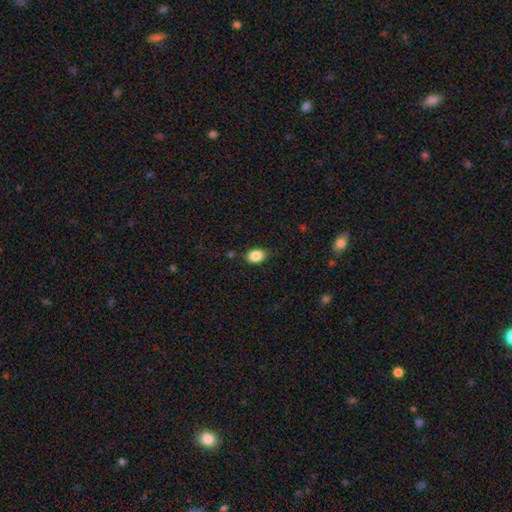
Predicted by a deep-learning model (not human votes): A smooth galaxy with no disk features (86%) that is in between round and cigar-shaped (76%).

Vote fractions:
- Smooth or featured? smooth: 86% / star or artifact: 9% / featured or disk: 5%
- How rounded? in between: 76% / round: 22% / cigar-shaped: 1%
- Merging? none: 80% / minor disturbance: 15% / major disturbance: 3% / merger: 2%